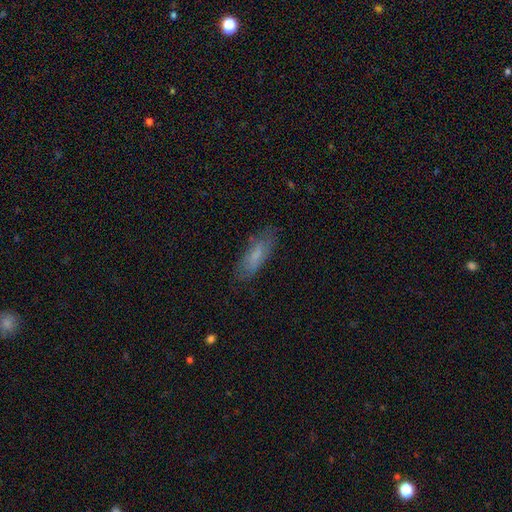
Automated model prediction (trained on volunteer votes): Smooth or featured? Predicted: smooth (p=0.70). How rounded? Predicted: in between (p=0.58). Merging? Predicted: none (p=0.77).